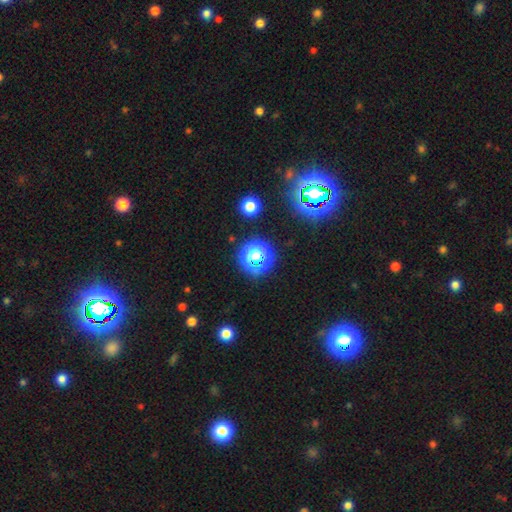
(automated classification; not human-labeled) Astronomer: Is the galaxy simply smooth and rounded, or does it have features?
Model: star or artifact — 56% (runner-up: smooth, 34%).